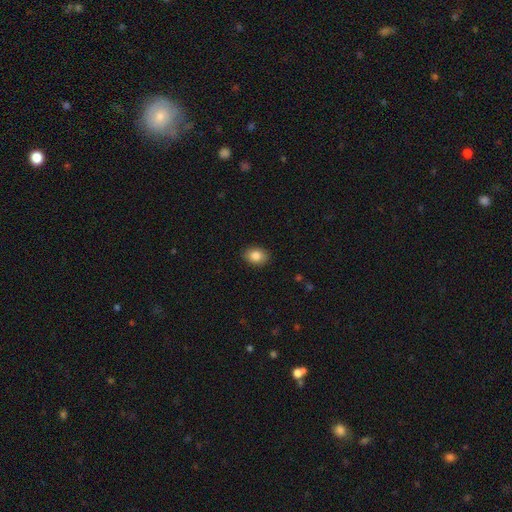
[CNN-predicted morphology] Q: Smooth or featured?
A: smooth (86%); runner-up: star or artifact (8%)
Q: How rounded?
A: in between (75%); runner-up: round (24%)
Q: Merging?
A: none (88%); runner-up: minor disturbance (9%)